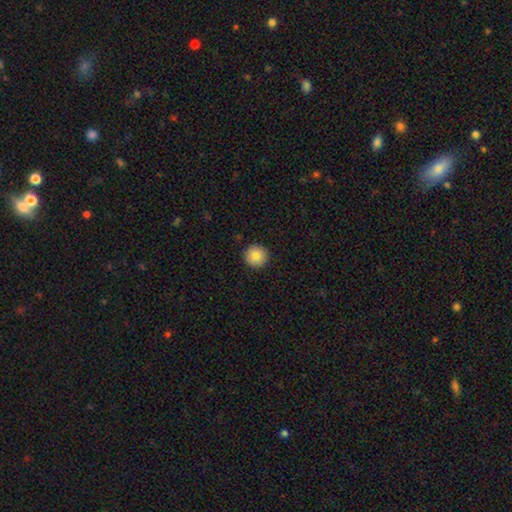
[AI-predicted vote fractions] smooth-or-featured: smooth: 83% | star or artifact: 9% | featured or disk: 8%
  how-rounded: round: 96% | in between: 3% | cigar-shaped: 1%
  merging: none: 93% | minor disturbance: 5% | major disturbance: 1% | merger: 1%